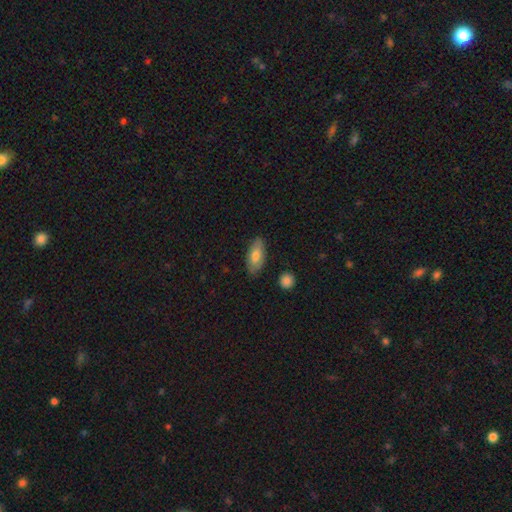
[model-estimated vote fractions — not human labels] Smooth or featured? smooth (75%)
How rounded? in between (88%)
Merging? none (83%)